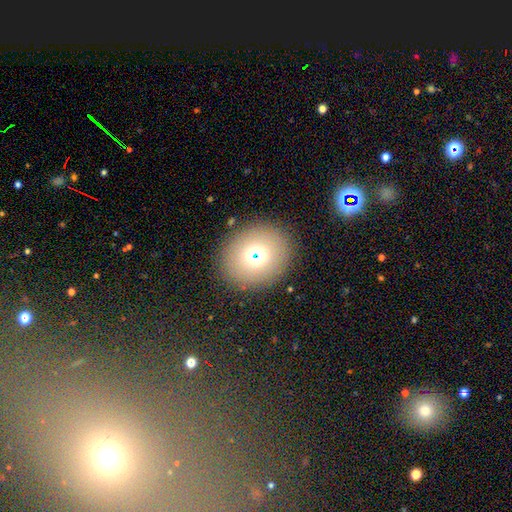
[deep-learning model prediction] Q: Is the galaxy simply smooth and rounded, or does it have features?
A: smooth — 65%.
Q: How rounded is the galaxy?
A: round — 76%.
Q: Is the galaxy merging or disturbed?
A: none — 84%.